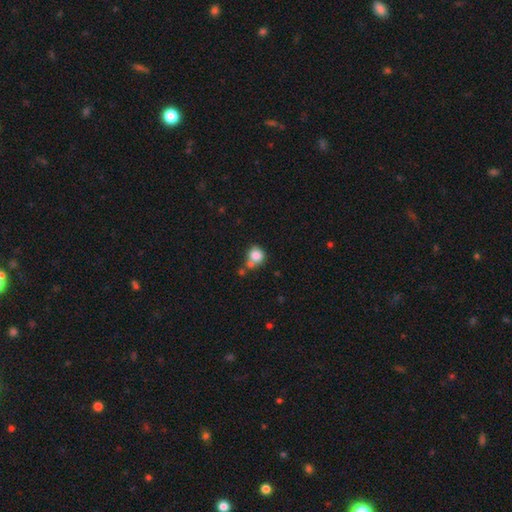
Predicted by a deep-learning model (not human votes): Smooth or featured? Predicted: smooth (p=0.83). How rounded? Predicted: round (p=0.83). Merging? Predicted: none (p=0.49).